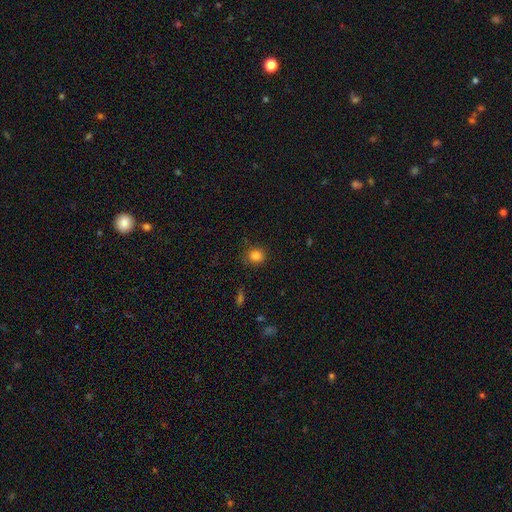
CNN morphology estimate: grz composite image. It shows a smooth galaxy with no disk features (83%) that is round (84%). Merging: none (86%).